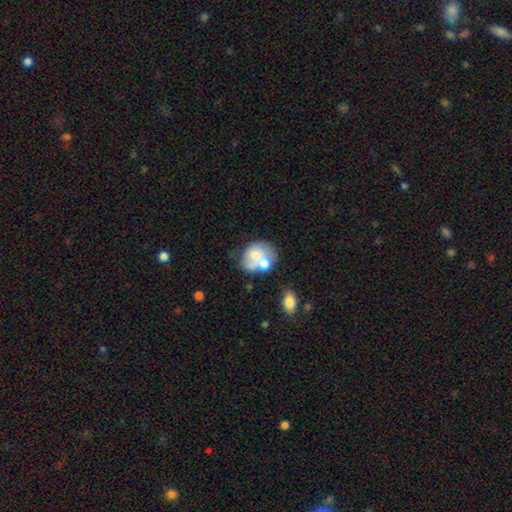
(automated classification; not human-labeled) This is possibly a smooth galaxy (56%). How rounded: possibly round (58%). Merging: marginally merger (45%).